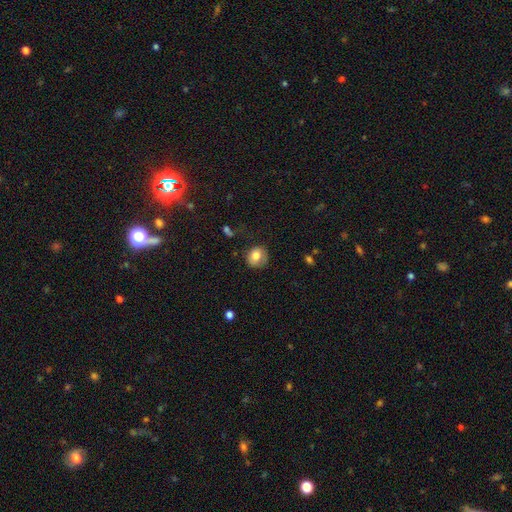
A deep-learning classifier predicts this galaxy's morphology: This is likely a smooth galaxy (78%). How rounded: likely round (73%). Merging: likely none (70%).